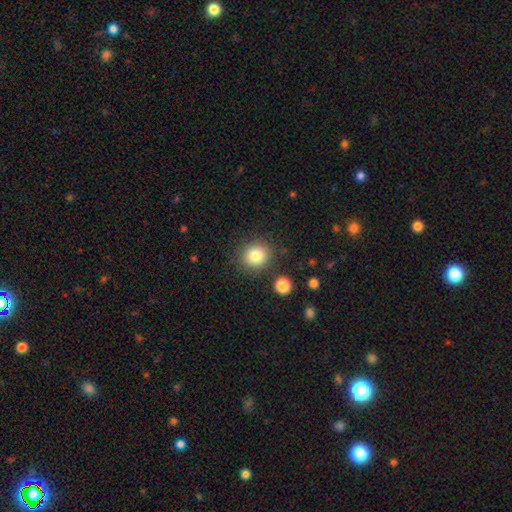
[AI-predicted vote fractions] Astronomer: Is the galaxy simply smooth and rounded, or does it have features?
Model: smooth — 82%.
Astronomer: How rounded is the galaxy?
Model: round — 82%.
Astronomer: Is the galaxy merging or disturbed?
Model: none — 85%.